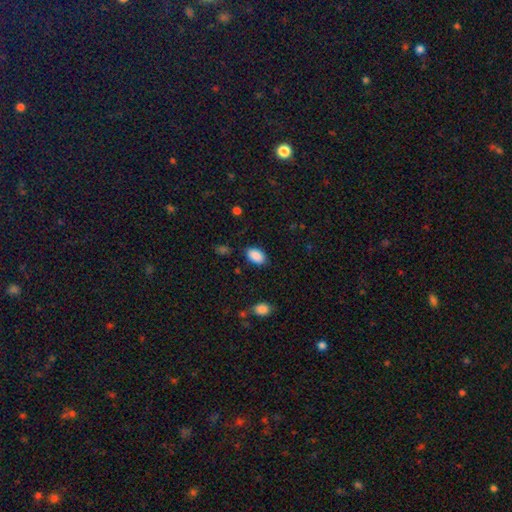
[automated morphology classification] Overall: smooth (89%). How rounded: in between (92%). Merging: none (84%).